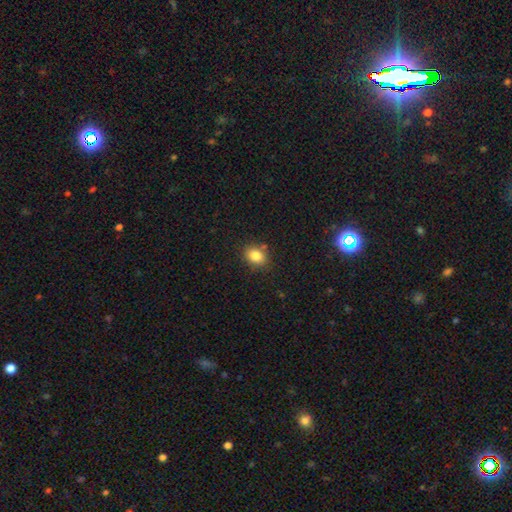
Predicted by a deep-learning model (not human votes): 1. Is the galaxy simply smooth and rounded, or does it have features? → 83% smooth, 10% star or artifact, 7% featured or disk.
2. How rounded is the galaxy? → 57% in between, 42% round, 1% cigar-shaped.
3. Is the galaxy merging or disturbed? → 81% none, 12% minor disturbance, 4% merger, 3% major disturbance.